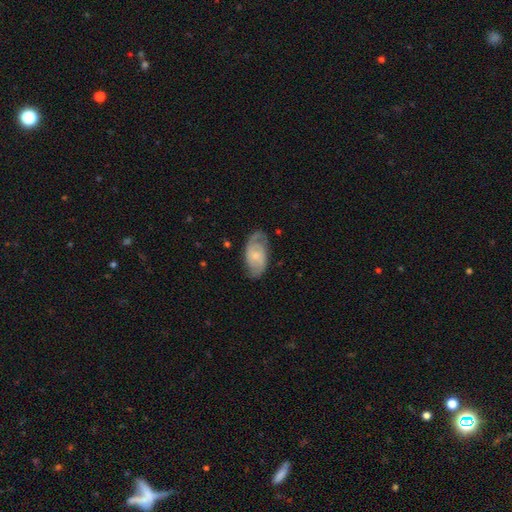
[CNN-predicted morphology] type=featured or disk (75%); edge-on=no (96%); bar=no (56%); spiral arms=yes (93%); winding=medium (47%); arm count=2 (80%); bulge=small (55%); merging=none (69%).